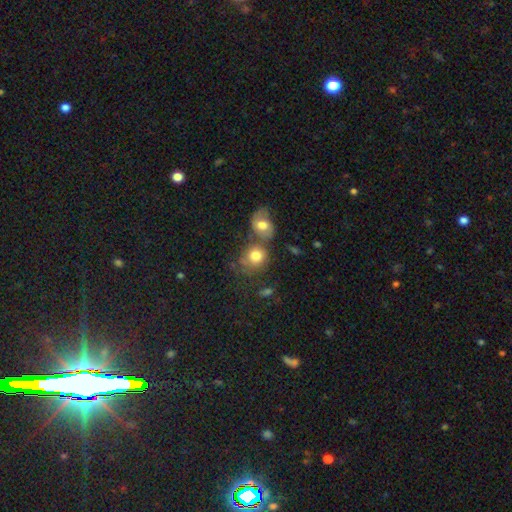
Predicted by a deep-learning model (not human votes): Morphology: type=smooth (76%); roundness=round (68%); merging=merger (42%).